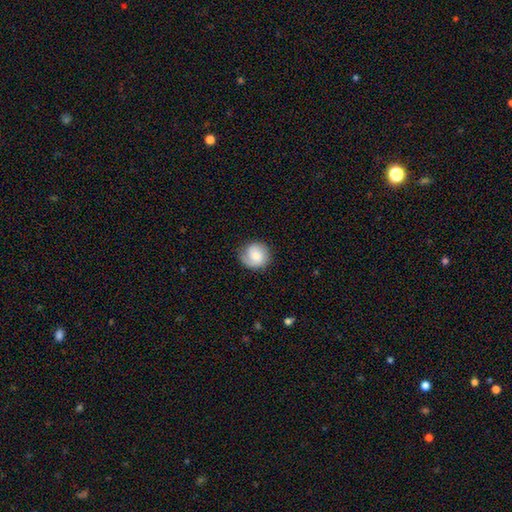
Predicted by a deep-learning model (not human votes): Morphology: type=smooth (60%); roundness=round (89%); merging=none (77%).